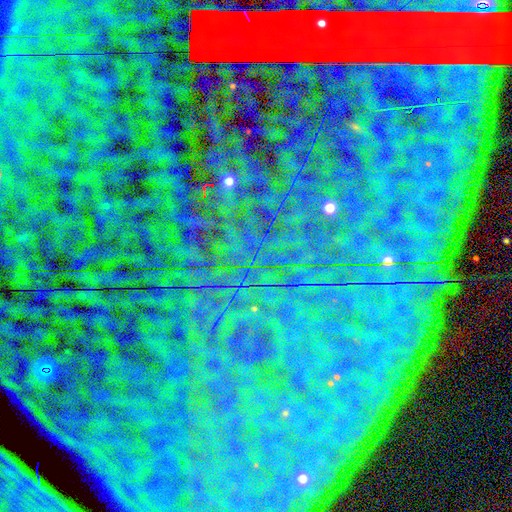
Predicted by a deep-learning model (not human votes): smooth-or-featured: star or artifact: 86% | featured or disk: 7% | smooth: 7%